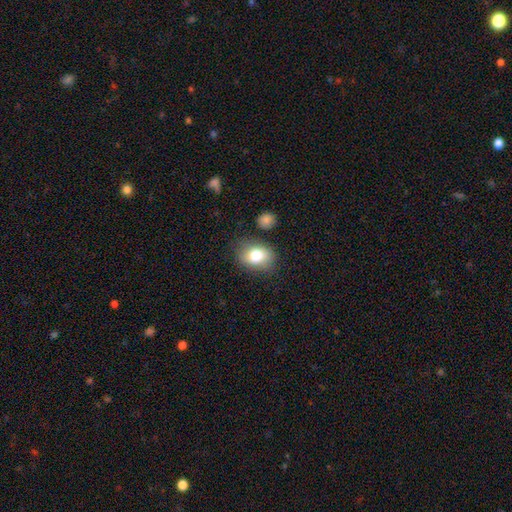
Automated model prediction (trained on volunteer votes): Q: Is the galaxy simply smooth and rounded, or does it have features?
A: smooth — 78%.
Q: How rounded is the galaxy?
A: in between — 72%.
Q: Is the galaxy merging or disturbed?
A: none — 77%.